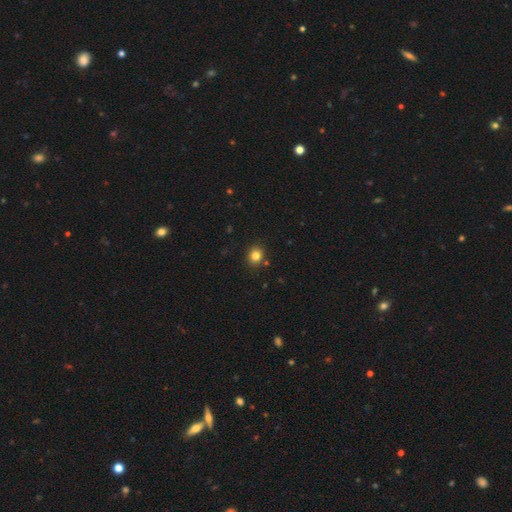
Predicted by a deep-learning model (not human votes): Q: Smooth or featured?
A: smooth (82%); runner-up: star or artifact (12%)
Q: How rounded?
A: round (75%); runner-up: in between (24%)
Q: Merging?
A: none (87%); runner-up: minor disturbance (8%)